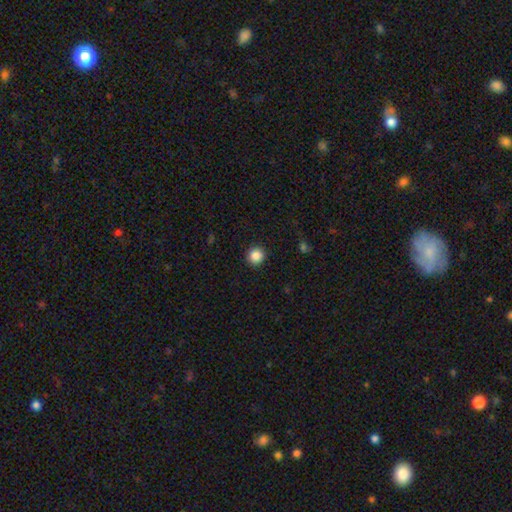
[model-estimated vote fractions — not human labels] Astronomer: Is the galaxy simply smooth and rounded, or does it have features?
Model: smooth — 87%.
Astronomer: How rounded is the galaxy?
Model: round — 93%.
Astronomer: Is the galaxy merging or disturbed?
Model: none — 92%.